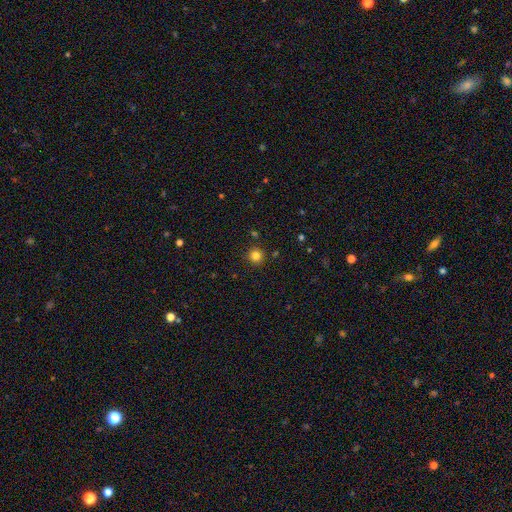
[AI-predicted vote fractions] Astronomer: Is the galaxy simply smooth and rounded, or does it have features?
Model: smooth — 82%.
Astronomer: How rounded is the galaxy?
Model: round — 95%.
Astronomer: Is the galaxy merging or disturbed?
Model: none — 91%.